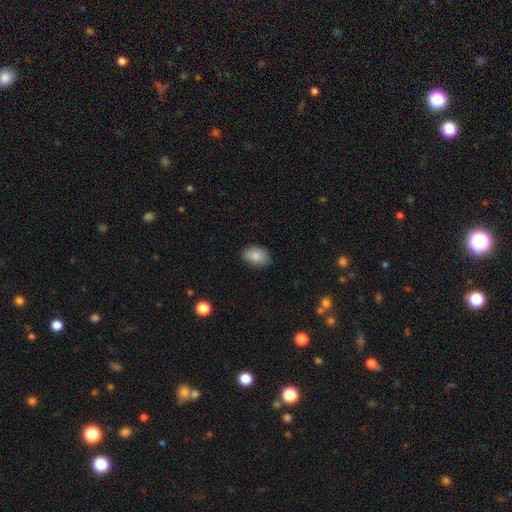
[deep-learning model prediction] smooth 86%, star or artifact 7%, featured or disk 7%. Down the decision tree: how rounded — in between (85%); merging — none (80%).